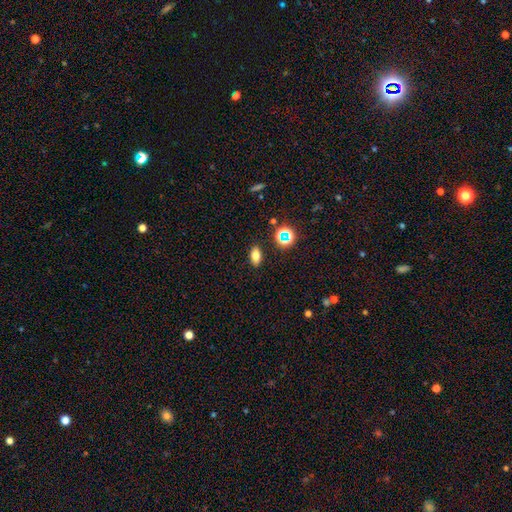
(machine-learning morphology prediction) Overall: smooth (75%). How rounded: in between (86%). Merging: none (88%).